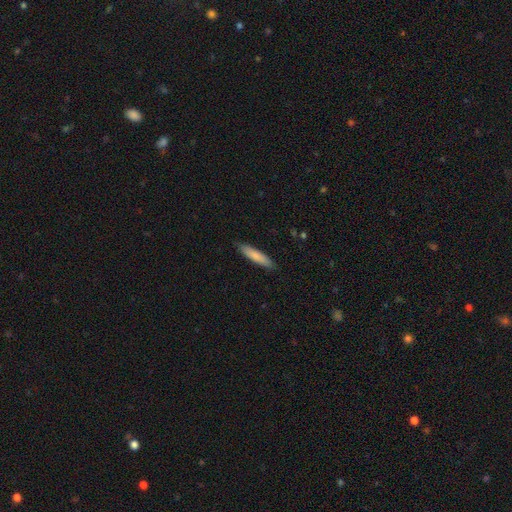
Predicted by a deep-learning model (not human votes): A smooth galaxy with no disk features (79%) that is cigar-shaped (83%).

Vote fractions:
- Smooth or featured? smooth: 79% / featured or disk: 16% / star or artifact: 5%
- How rounded? cigar-shaped: 83% / in between: 15% / round: 1%
- Merging? none: 88% / minor disturbance: 9% / major disturbance: 2% / merger: 1%